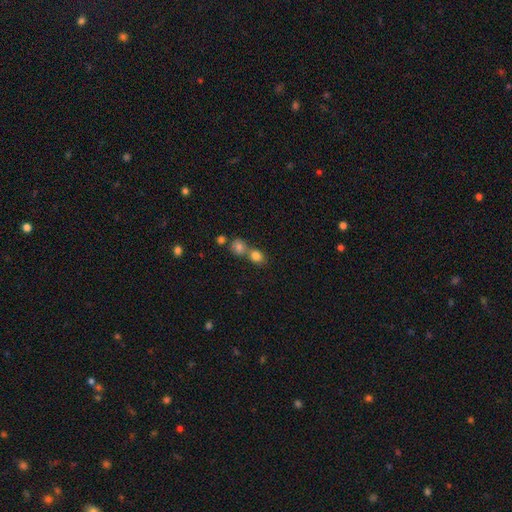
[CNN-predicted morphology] This appears to be a smooth galaxy with no disk features (80%) that is round (63%). Merging: merger (47%).